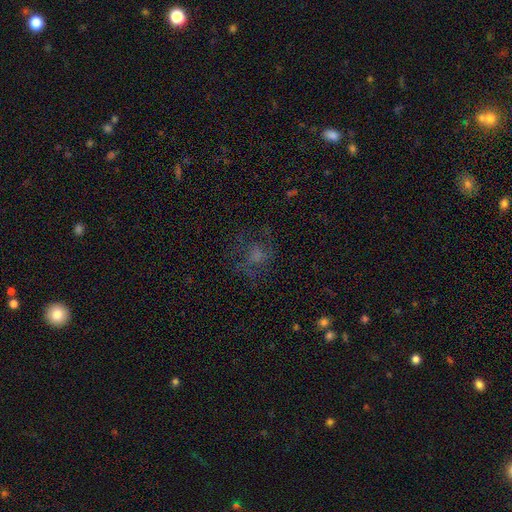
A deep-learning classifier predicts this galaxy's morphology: Smooth or featured? smooth (43%)
Merging? none (57%)